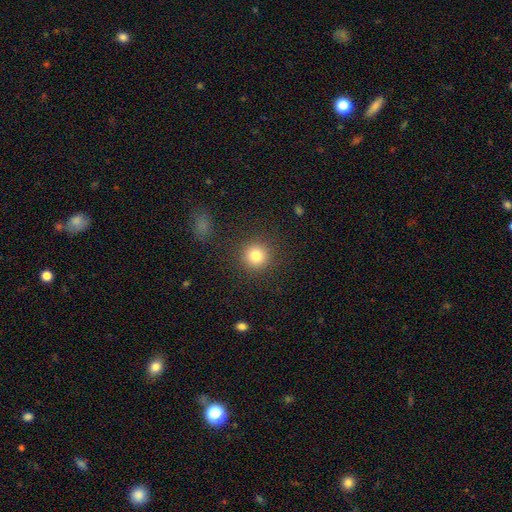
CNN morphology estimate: smooth 82%, star or artifact 11%, featured or disk 7%. Down the decision tree: how rounded — round (93%); merging — none (89%).